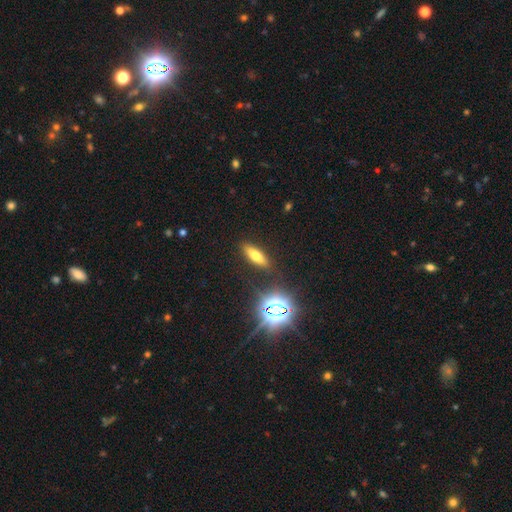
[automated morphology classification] smooth 63%, featured or disk 20%, star or artifact 17%. Down the decision tree: how rounded — cigar-shaped (49%); merging — none (87%).